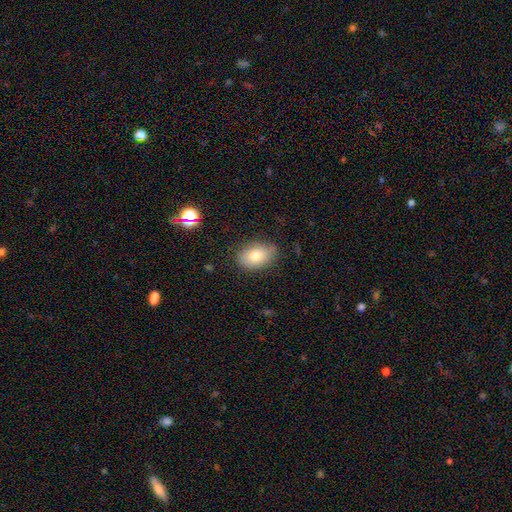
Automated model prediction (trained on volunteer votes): smooth 80%, featured or disk 12%, star or artifact 8%. Down the decision tree: how rounded — in between (87%); merging — none (80%).